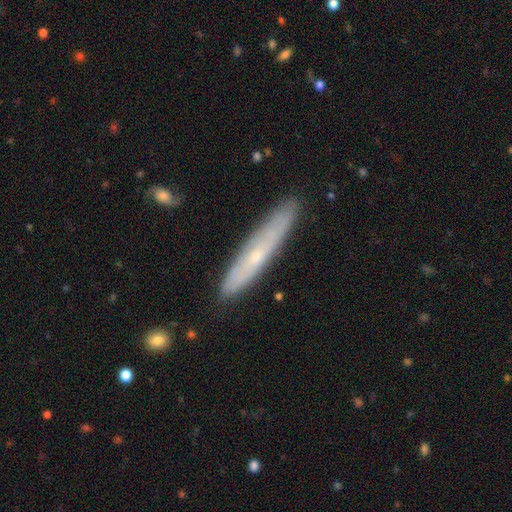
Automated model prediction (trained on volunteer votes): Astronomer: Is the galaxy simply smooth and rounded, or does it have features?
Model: featured or disk — 53% (runner-up: smooth, 40%).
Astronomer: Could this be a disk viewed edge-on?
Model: yes — 71%.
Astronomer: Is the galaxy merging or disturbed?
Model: none — 85%.